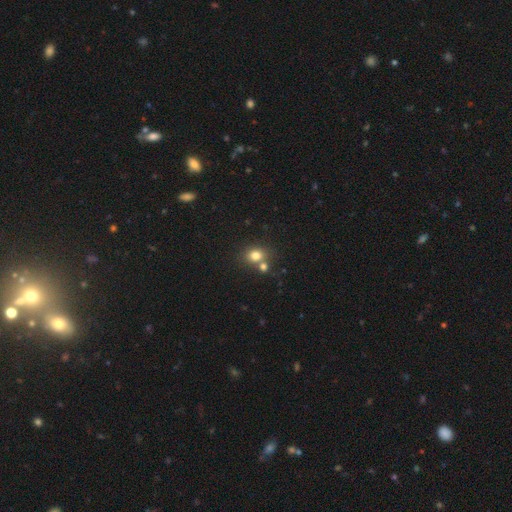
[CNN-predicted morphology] type=smooth (78%); roundness=round (66%); merging=none (57%).